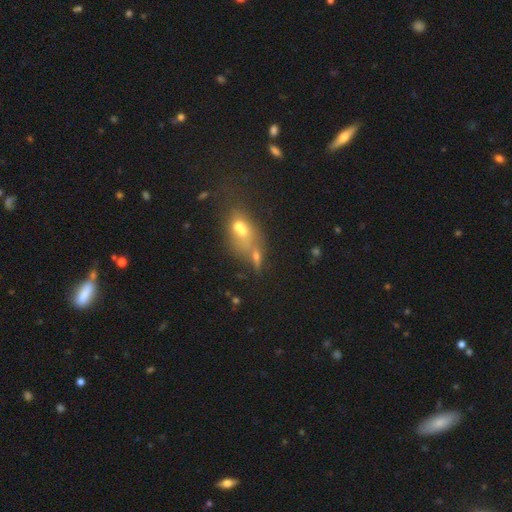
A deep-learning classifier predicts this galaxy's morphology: Smooth or featured: smooth — 47% (featured or disk — 30%)
Merging: merger — 55% (none — 27%)